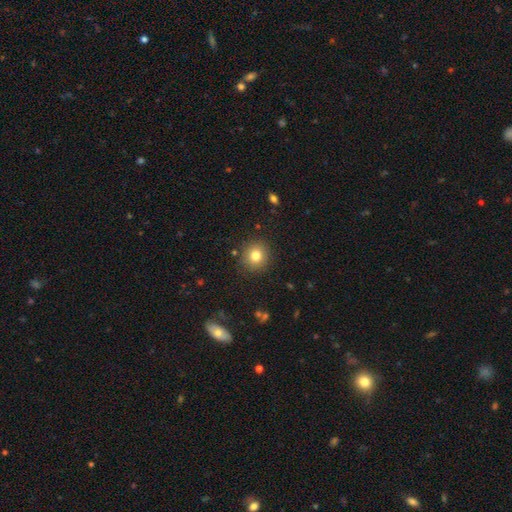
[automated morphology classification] A smooth galaxy with no disk features (80%) that is round (89%).

Vote fractions:
- Smooth or featured? smooth: 80% / star or artifact: 12% / featured or disk: 8%
- How rounded? round: 89% / in between: 10% / cigar-shaped: 1%
- Merging? none: 89% / minor disturbance: 7% / major disturbance: 2% / merger: 1%